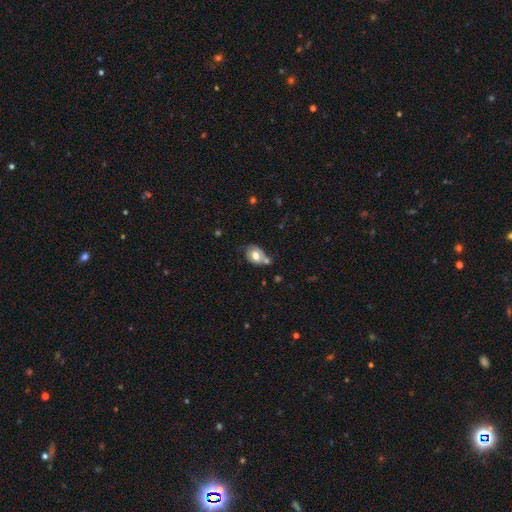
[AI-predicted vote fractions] The model was most divided on "merging": none: 34%, merger: 29%, minor disturbance: 25%, major disturbance: 12%. More confident: how rounded — in between (66%); smooth or featured — smooth (62%).